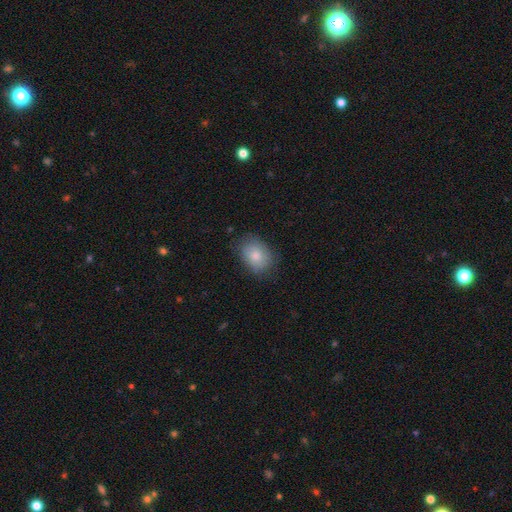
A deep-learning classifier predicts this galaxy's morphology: Overall: smooth (81%). How rounded: in between (70%). Merging: none (75%).